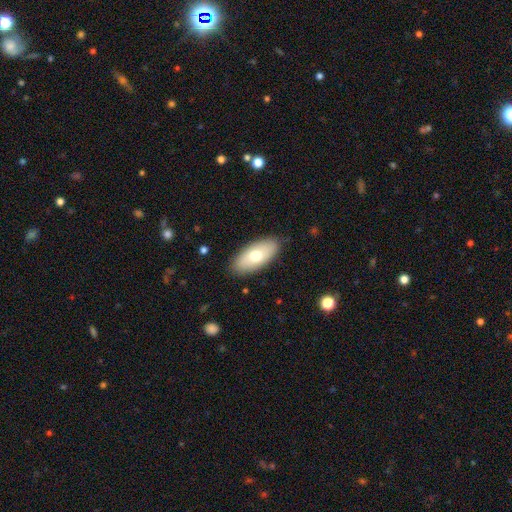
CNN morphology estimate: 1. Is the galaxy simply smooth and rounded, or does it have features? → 69% smooth, 25% featured or disk, 6% star or artifact.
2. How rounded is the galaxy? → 90% in between, 8% cigar-shaped, 3% round.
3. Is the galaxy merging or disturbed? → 86% none, 11% minor disturbance, 2% major disturbance, 1% merger.